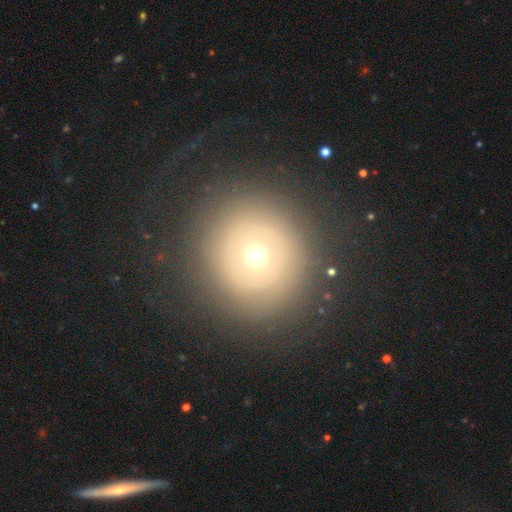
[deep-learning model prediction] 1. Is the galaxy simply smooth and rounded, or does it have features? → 46% featured or disk, 43% smooth, 11% star or artifact.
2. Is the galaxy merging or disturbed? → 80% none, 10% minor disturbance, 9% major disturbance, 1% merger.